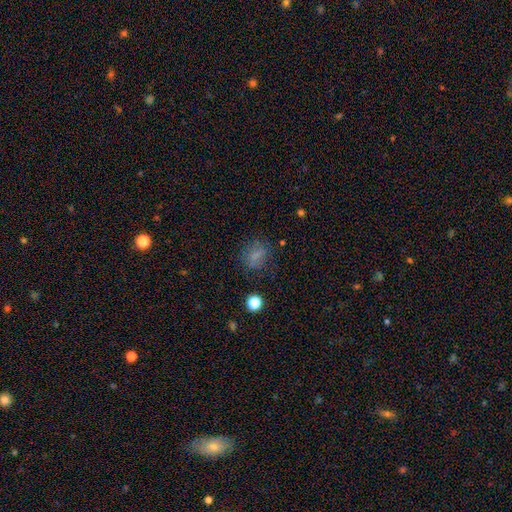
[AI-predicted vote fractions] Smooth or featured? smooth (69%)
How rounded? round (51%)
Merging? none (73%)